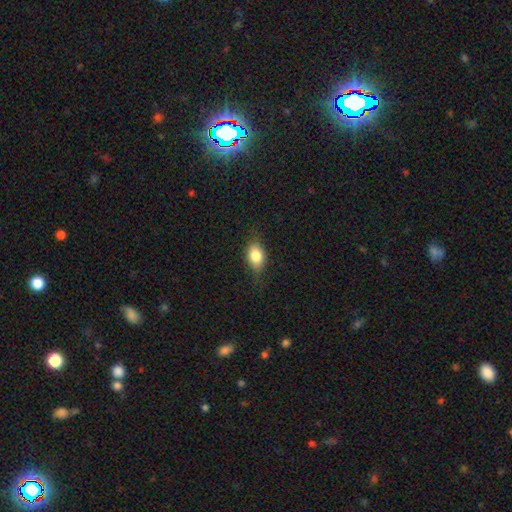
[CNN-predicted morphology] Smooth or featured?
  - smooth: 81% *
  - featured or disk: 10%
  - star or artifact: 8%
How rounded?
  - in between: 81% *
  - round: 16%
  - cigar-shaped: 3%
Merging?
  - none: 79% *
  - minor disturbance: 16%
  - major disturbance: 4%
  - merger: 1%